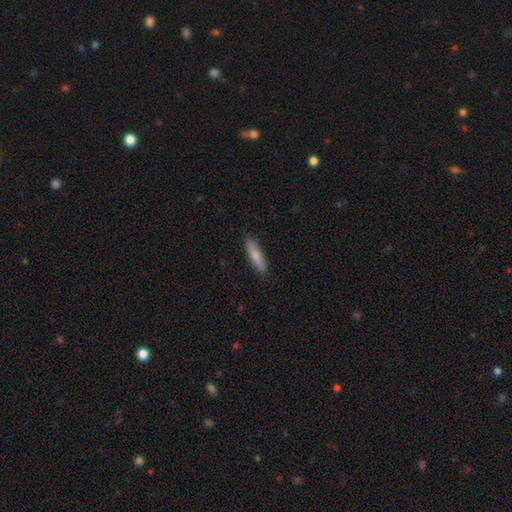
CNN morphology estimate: Smooth or featured: smooth — 79% (featured or disk — 16%)
How rounded: cigar-shaped — 79% (in between — 19%)
Merging: none — 89% (minor disturbance — 8%)